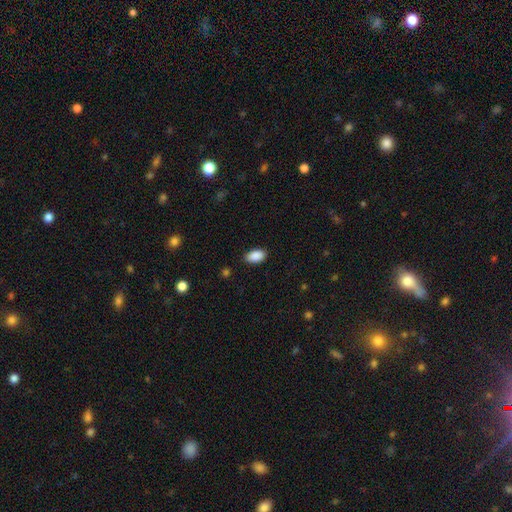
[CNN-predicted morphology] A smooth galaxy with no disk features (90%) that is in between round and cigar-shaped (94%).

Vote fractions:
- Smooth or featured? smooth: 90% / star or artifact: 7% / featured or disk: 3%
- How rounded? in between: 94% / round: 4% / cigar-shaped: 2%
- Merging? none: 85% / minor disturbance: 11% / major disturbance: 2% / merger: 1%